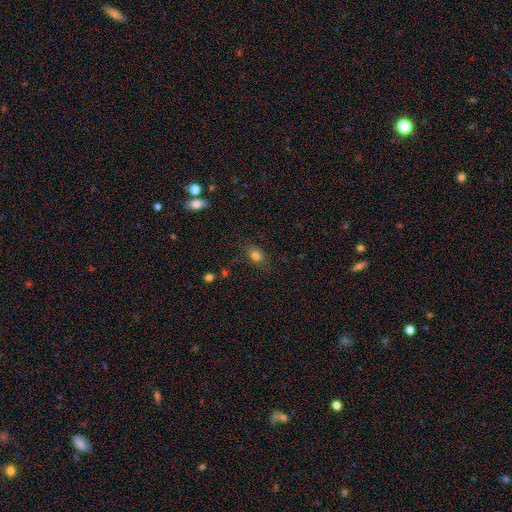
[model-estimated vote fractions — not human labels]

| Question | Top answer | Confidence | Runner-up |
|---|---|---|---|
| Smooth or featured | smooth | 79% | star or artifact (12%) |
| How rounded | in between | 69% | round (29%) |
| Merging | none | 80% | minor disturbance (15%) |